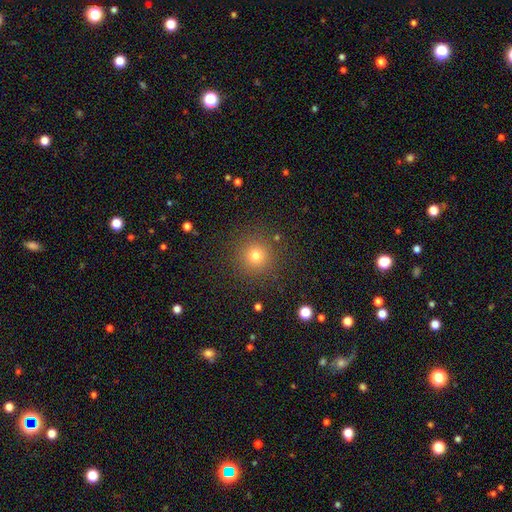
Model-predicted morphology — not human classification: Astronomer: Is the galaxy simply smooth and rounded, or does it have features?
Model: smooth — 76%.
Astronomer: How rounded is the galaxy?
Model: round — 95%.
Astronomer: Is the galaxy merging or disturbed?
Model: none — 88%.